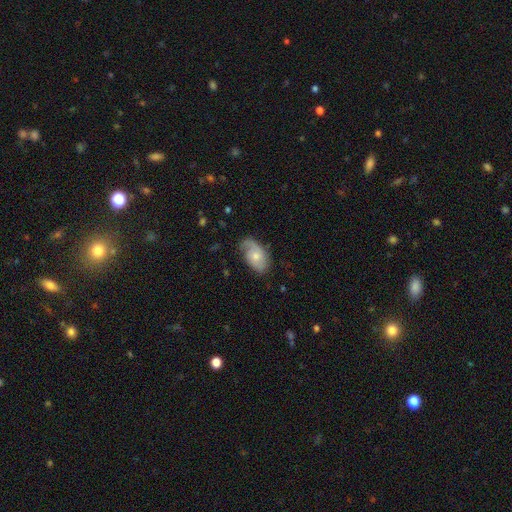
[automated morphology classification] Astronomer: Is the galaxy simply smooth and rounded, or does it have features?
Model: featured or disk — 52% (runner-up: smooth, 42%).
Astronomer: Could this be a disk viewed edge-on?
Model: no — 94%.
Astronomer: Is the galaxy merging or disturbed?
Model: none — 61%.